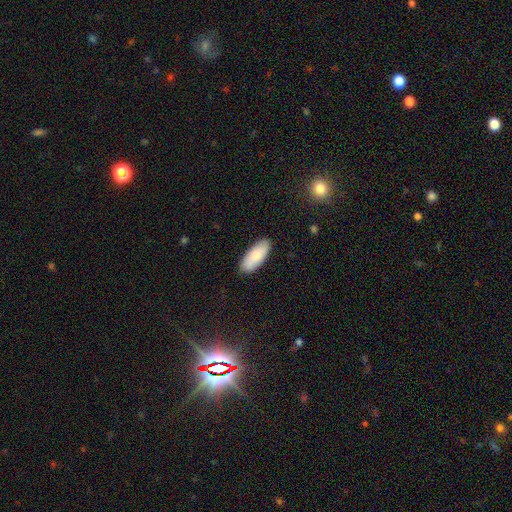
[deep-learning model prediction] Overall: smooth (84%). How rounded: in between (83%). Merging: none (87%).